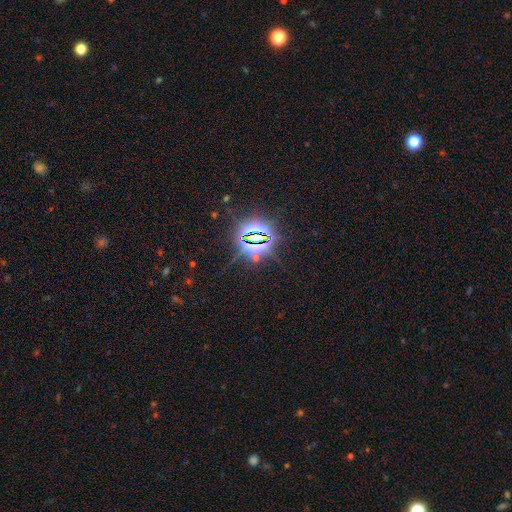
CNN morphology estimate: The model was most divided on "smooth or featured": star or artifact: 86%, smooth: 7%, featured or disk: 7%.